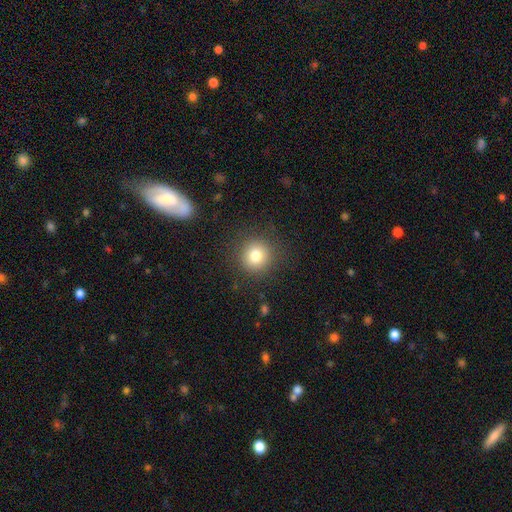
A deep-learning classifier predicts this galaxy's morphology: Smooth or featured?
  - smooth: 80% *
  - star or artifact: 12%
  - featured or disk: 8%
How rounded?
  - round: 93% *
  - in between: 6%
  - cigar-shaped: 1%
Merging?
  - none: 88% *
  - minor disturbance: 7%
  - major disturbance: 3%
  - merger: 1%